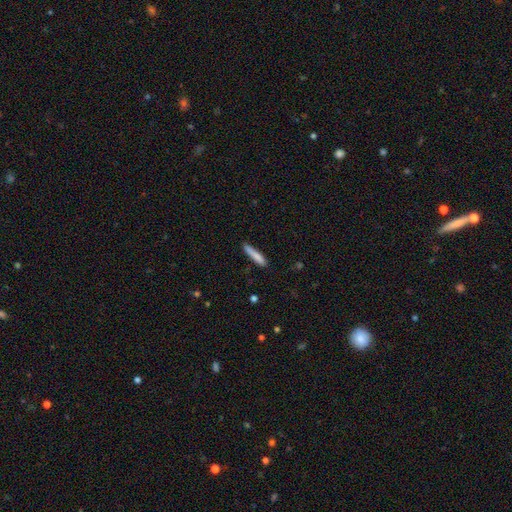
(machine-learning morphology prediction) Smooth or featured? smooth (81%)
How rounded? cigar-shaped (92%)
Merging? none (80%)